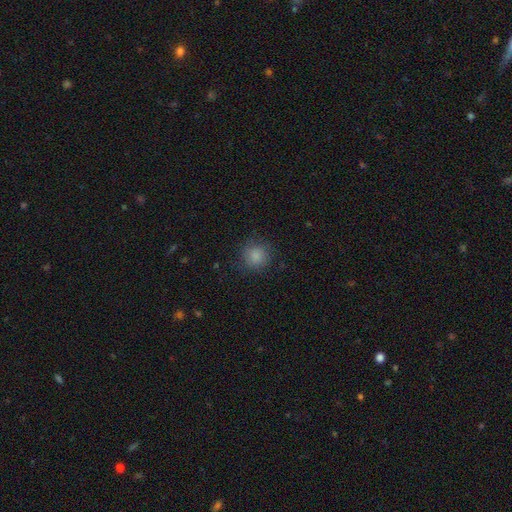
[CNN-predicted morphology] Smooth or featured? Predicted: smooth (p=0.85). How rounded? Predicted: round (p=0.92). Merging? Predicted: none (p=0.83).